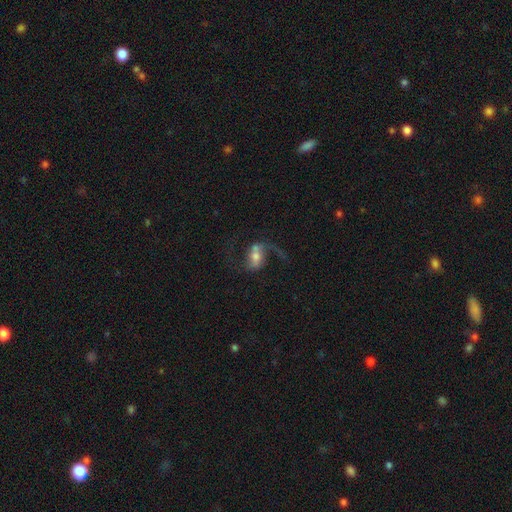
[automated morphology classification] smooth_or_featured: featured or disk (p=0.76) [alt: smooth p=0.16]
disk_edge_on: no (p=0.96) [alt: yes p=0.04]
bar: weak (p=0.41) [alt: strong p=0.31]
has_spiral_arms: yes (p=0.91) [alt: no p=0.09]
spiral_winding: loose (p=0.77) [alt: medium p=0.19]
spiral_arm_count: 2 (p=0.84) [alt: 1 p=0.11]
bulge_size: moderate (p=0.57) [alt: small p=0.25]
merging: none (p=0.56) [alt: major disturbance p=0.21]